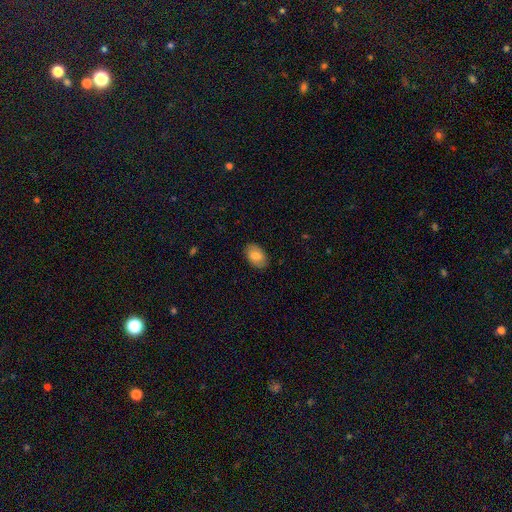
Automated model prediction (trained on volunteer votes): Smooth or featured? smooth (81%)
How rounded? in between (90%)
Merging? none (87%)